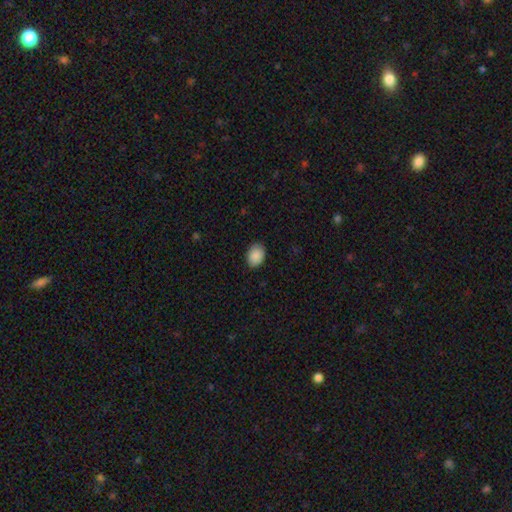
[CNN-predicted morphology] A smooth galaxy with no disk features (89%) that is in between round and cigar-shaped (75%).

Vote fractions:
- Smooth or featured? smooth: 89% / star or artifact: 7% / featured or disk: 3%
- How rounded? in between: 75% / round: 24% / cigar-shaped: 1%
- Merging? none: 87% / minor disturbance: 10% / major disturbance: 2% / merger: 1%